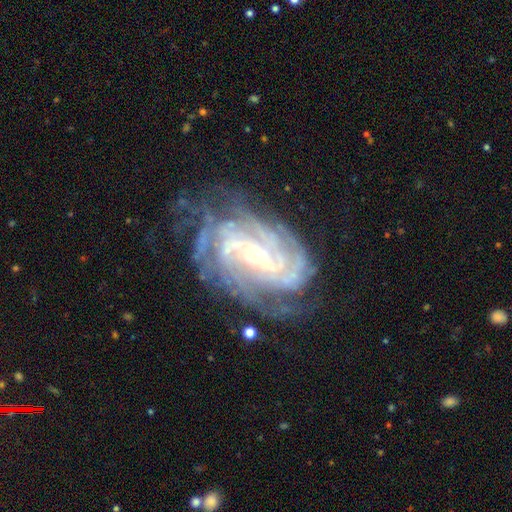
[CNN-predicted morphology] This appears to be a featured or disk galaxy (91%) with a weak bar (39%), 4 (27%) tight (71%) spiral arms (98%) and a small central bulge (77%). Merging: none (71%).